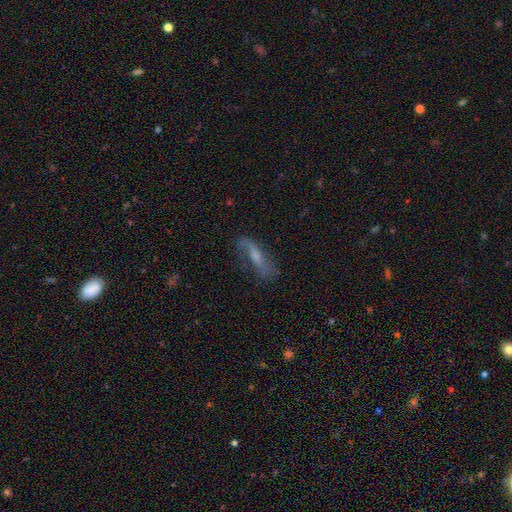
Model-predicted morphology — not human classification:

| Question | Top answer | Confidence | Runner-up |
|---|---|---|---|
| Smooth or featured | featured or disk | 62% | smooth (29%) |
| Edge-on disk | no | 73% | yes (27%) |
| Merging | none | 68% | minor disturbance (21%) |